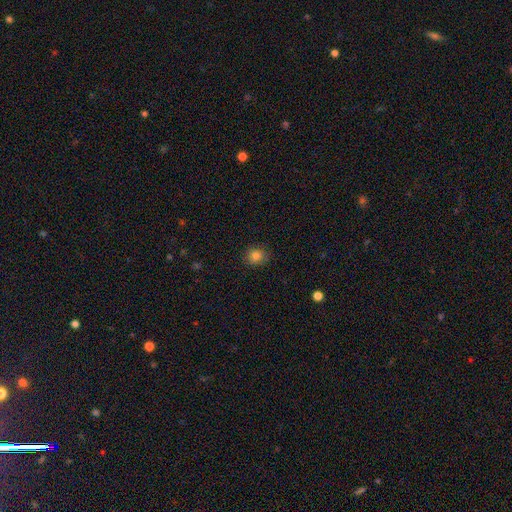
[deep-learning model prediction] A smooth galaxy with no disk features (83%) that is round (74%).

Vote fractions:
- Smooth or featured? smooth: 83% / star or artifact: 12% / featured or disk: 5%
- How rounded? round: 74% / in between: 25% / cigar-shaped: 1%
- Merging? none: 85% / minor disturbance: 11% / major disturbance: 3% / merger: 1%